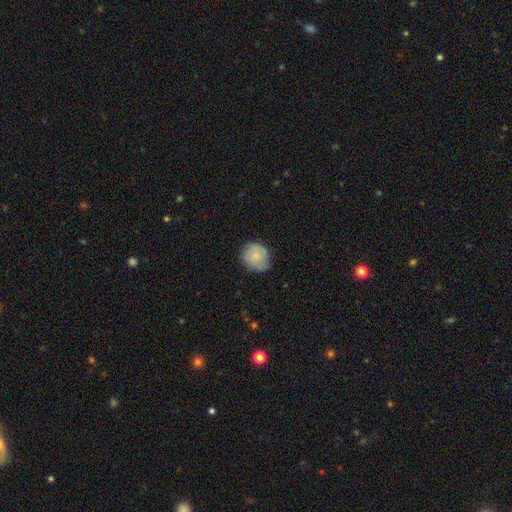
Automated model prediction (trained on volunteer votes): Smooth or featured? smooth (81%)
How rounded? round (80%)
Merging? none (76%)